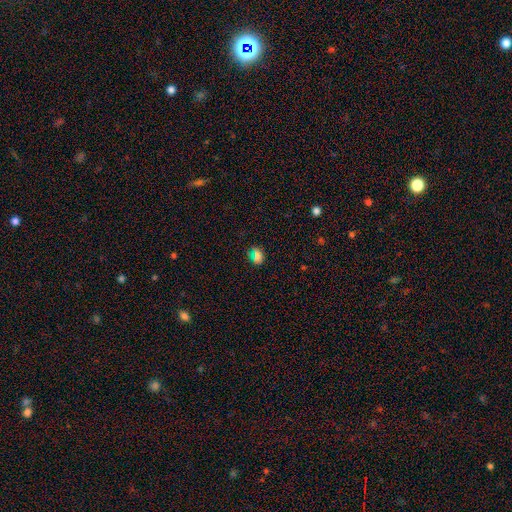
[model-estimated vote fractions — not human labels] smooth 63%, star or artifact 26%, featured or disk 11%. Down the decision tree: how rounded — round (51%); merging — none (78%).